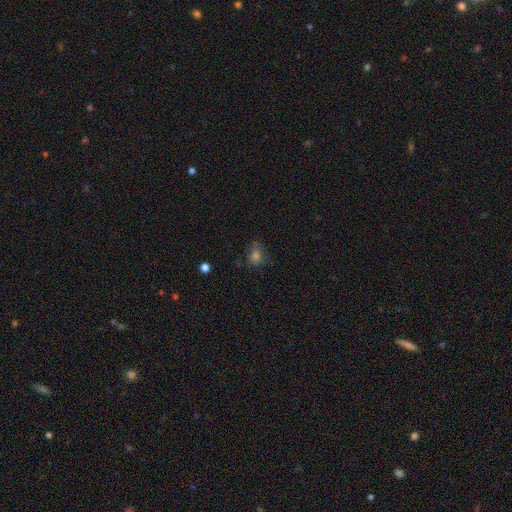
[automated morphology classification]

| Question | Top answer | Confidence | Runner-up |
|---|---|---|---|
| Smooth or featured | smooth | 69% | star or artifact (21%) |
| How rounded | round | 58% | in between (41%) |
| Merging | none | 66% | minor disturbance (23%) |